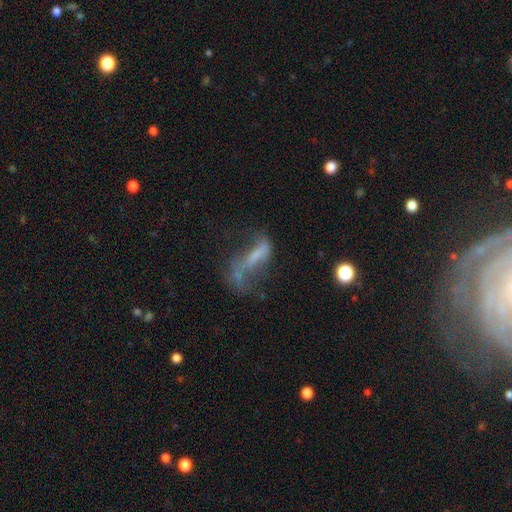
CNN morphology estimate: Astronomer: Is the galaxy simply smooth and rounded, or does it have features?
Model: featured or disk — 58%.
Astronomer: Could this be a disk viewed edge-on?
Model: no — 84%.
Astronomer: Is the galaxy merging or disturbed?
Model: major disturbance — 40% (runner-up: none, 31%).